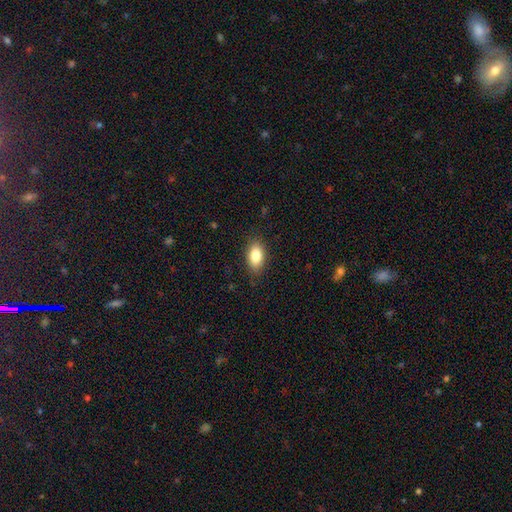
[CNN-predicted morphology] Smooth or featured? smooth (84%)
How rounded? in between (90%)
Merging? none (86%)